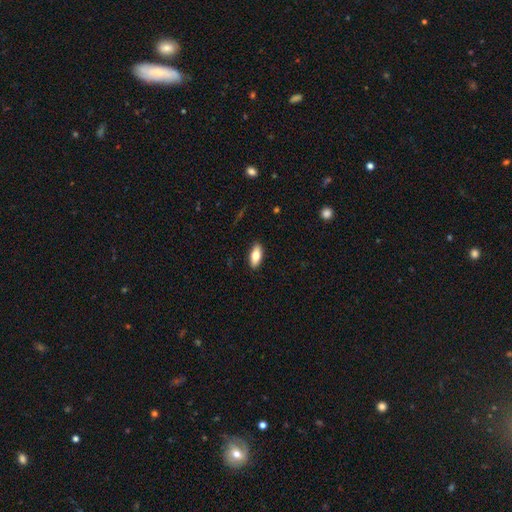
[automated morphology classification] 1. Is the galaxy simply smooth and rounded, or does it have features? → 75% smooth, 19% featured or disk, 6% star or artifact.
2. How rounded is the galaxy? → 82% in between, 16% cigar-shaped, 3% round.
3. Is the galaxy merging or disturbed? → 90% none, 7% minor disturbance, 2% major disturbance, 1% merger.